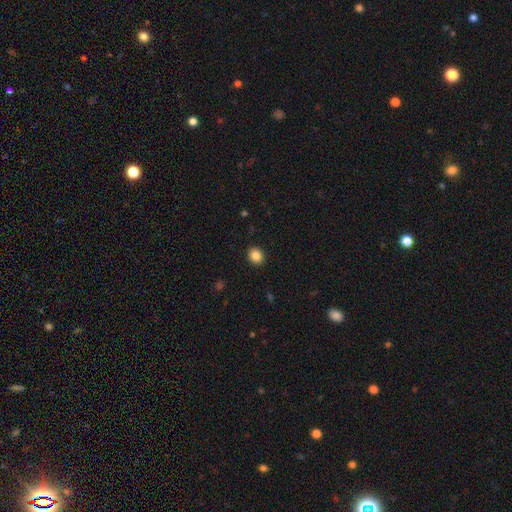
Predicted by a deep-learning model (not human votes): This is clearly a smooth galaxy (86%). How rounded: likely round (74%). Merging: clearly none (91%).